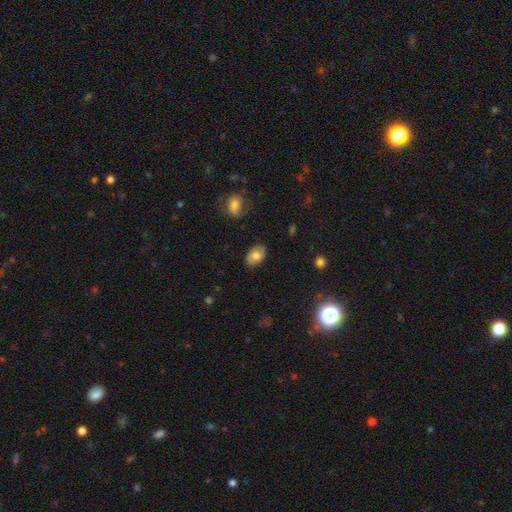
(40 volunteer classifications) Overall: smooth (82%). How rounded: in between (82%). Merging: none (87%).